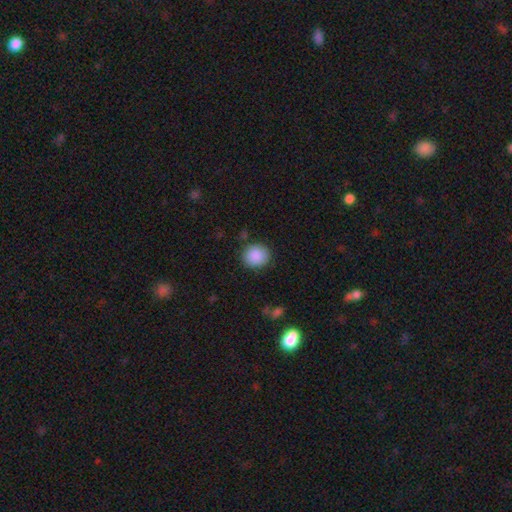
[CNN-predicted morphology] Smooth or featured? smooth (89%)
How rounded? round (85%)
Merging? none (86%)